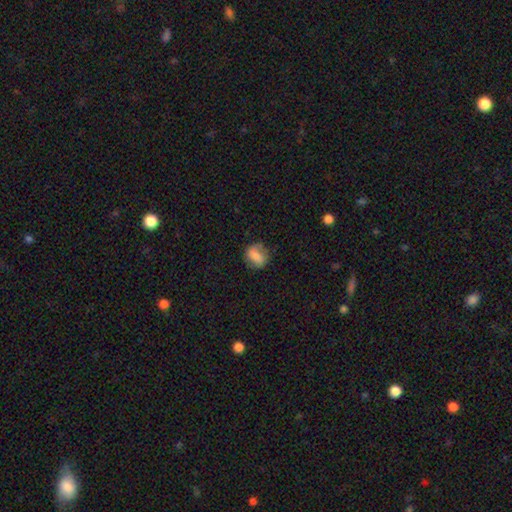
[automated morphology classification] Smooth or featured: smooth — 69% (featured or disk — 22%)
How rounded: in between — 53% (round — 44%)
Merging: none — 69% (minor disturbance — 21%)